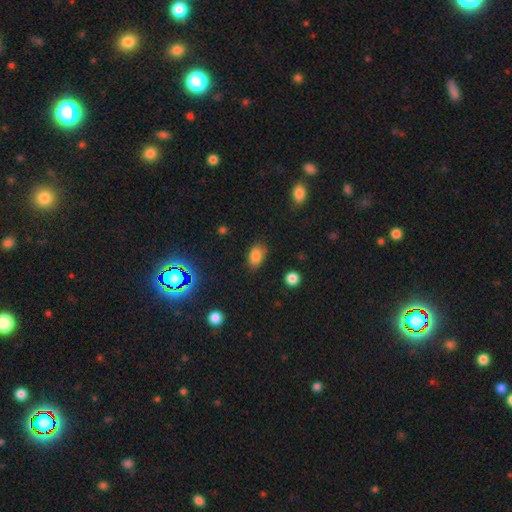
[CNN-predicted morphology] This is clearly a smooth galaxy (80%). How rounded: clearly in between (87%). Merging: likely none (78%).